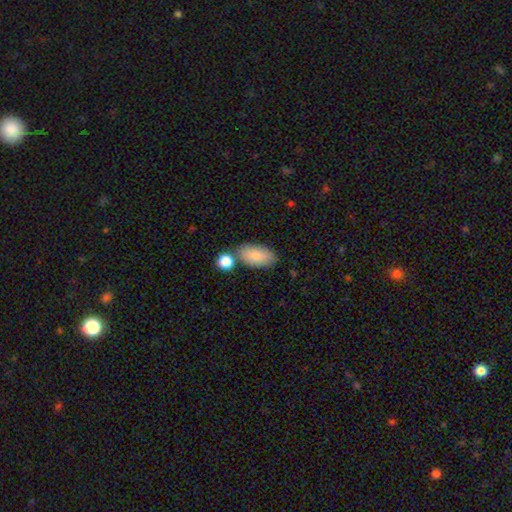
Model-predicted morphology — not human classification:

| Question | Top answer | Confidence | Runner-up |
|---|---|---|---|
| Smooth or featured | smooth | 83% | featured or disk (10%) |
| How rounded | in between | 93% | round (4%) |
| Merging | none | 66% | merger (16%) |